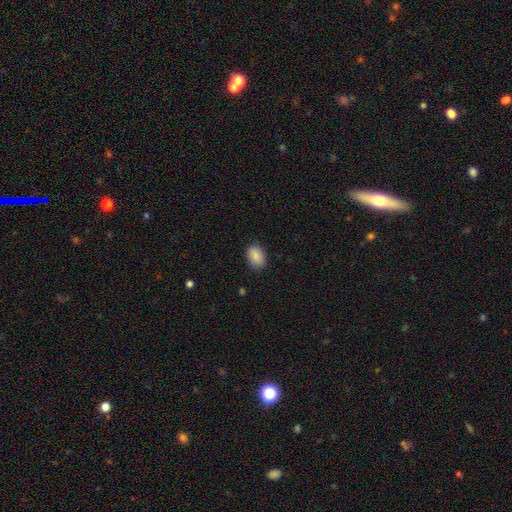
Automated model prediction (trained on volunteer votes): Overall: smooth (87%). How rounded: in between (81%). Merging: none (86%).